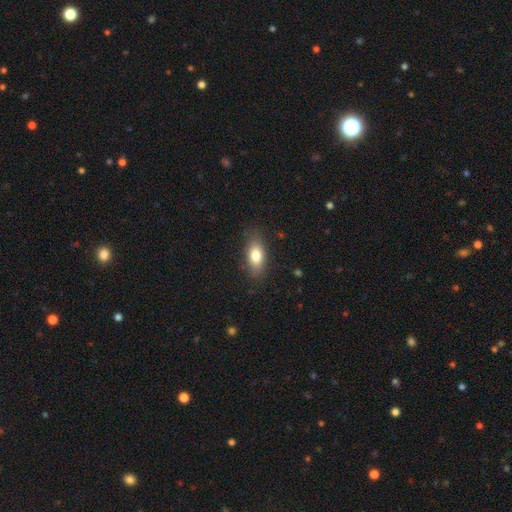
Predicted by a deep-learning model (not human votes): smooth_or_featured: smooth (p=0.79) [alt: featured or disk p=0.14]
how_rounded: in between (p=0.84) [alt: cigar-shaped p=0.10]
merging: none (p=0.83) [alt: minor disturbance p=0.13]